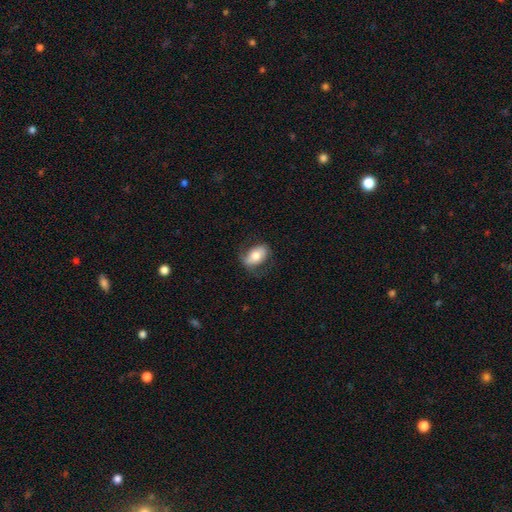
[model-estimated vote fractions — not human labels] This appears to be a smooth galaxy with no disk features (63%) that is in between round and cigar-shaped (88%). Merging: none (66%).